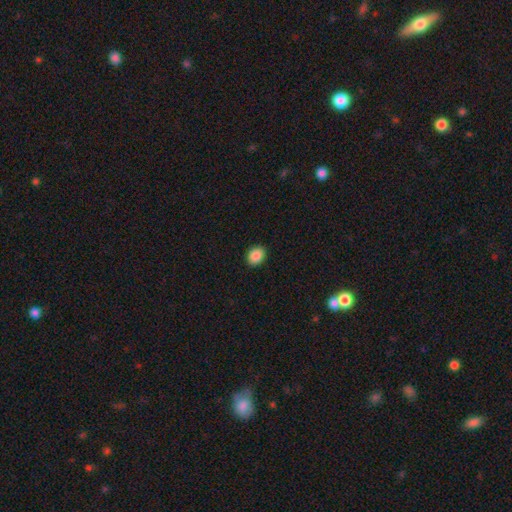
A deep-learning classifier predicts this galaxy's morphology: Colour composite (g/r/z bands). It shows a smooth galaxy with no disk features (89%) that is in between round and cigar-shaped (60%). Merging: none (91%).